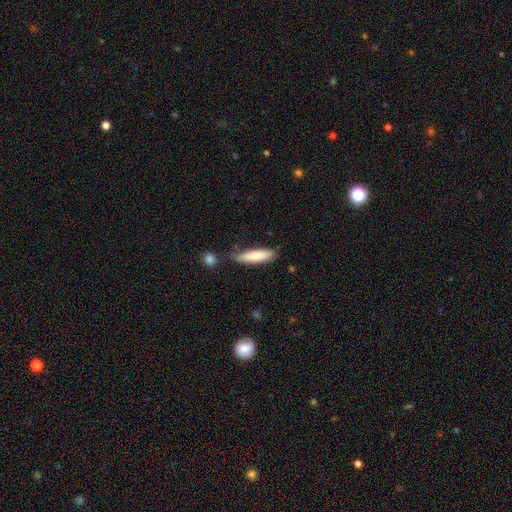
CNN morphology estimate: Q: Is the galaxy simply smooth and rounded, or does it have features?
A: smooth — 81%.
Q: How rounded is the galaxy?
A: cigar-shaped — 66%.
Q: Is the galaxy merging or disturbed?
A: none — 69%.